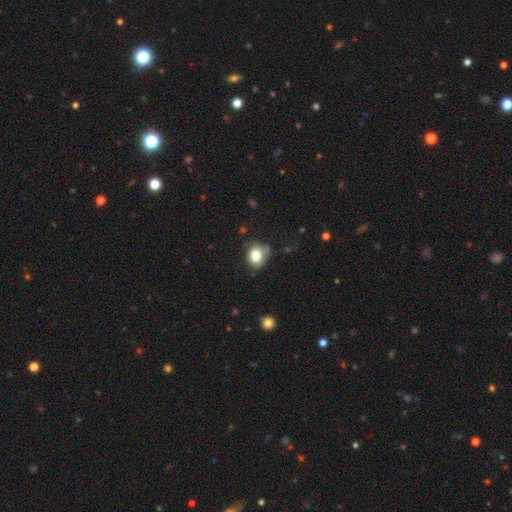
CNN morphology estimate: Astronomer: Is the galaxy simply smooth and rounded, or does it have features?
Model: smooth — 80%.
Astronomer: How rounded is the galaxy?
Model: round — 57% (runner-up: in between, 42%).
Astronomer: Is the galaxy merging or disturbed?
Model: none — 63%.